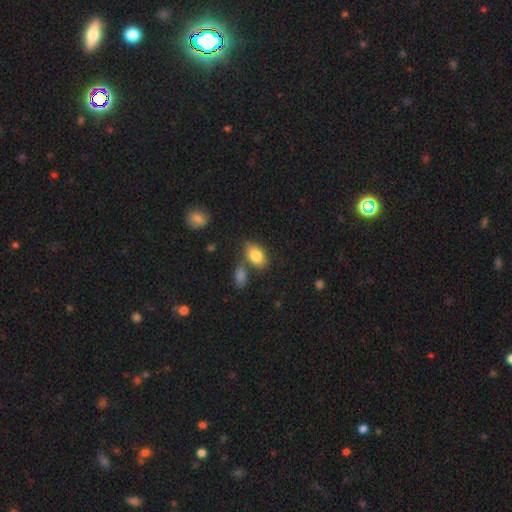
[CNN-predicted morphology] type=smooth (84%); roundness=in between (89%); merging=none (63%).